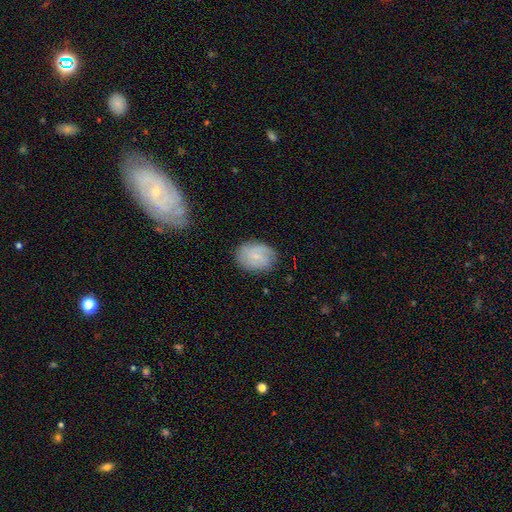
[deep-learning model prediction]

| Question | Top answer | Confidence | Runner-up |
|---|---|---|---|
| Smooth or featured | featured or disk | 54% | smooth (38%) |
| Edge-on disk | no | 97% | yes (3%) |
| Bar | no | 47% | weak (45%) |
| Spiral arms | yes | 86% | no (14%) |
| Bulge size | small | 76% | moderate (14%) |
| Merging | none | 78% | minor disturbance (16%) |